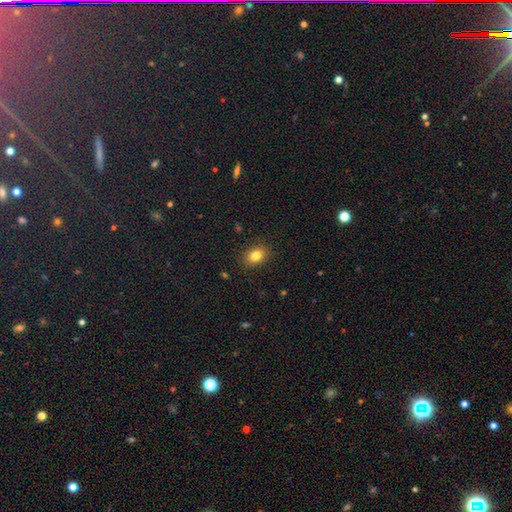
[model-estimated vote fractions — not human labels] Morphology: type=smooth (82%); roundness=in between (66%); merging=none (88%).